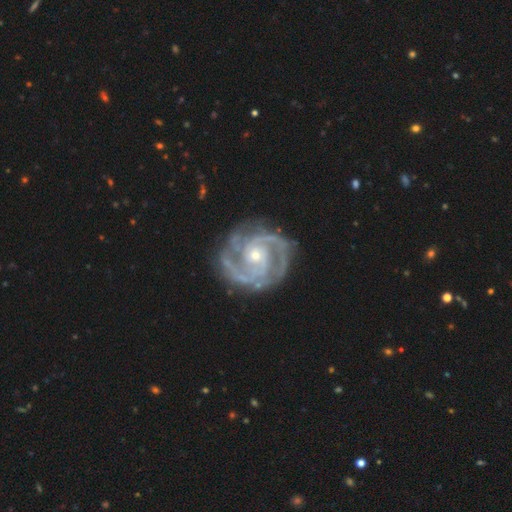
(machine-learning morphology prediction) Smooth or featured? featured or disk (93%)
Edge-on disk? no (98%)
Bar? no (65%)
Spiral arms? yes (99%)
Spiral winding? tight (57%)
Spiral arm count? 2 (58%)
Bulge size? small (60%)
Merging? none (79%)